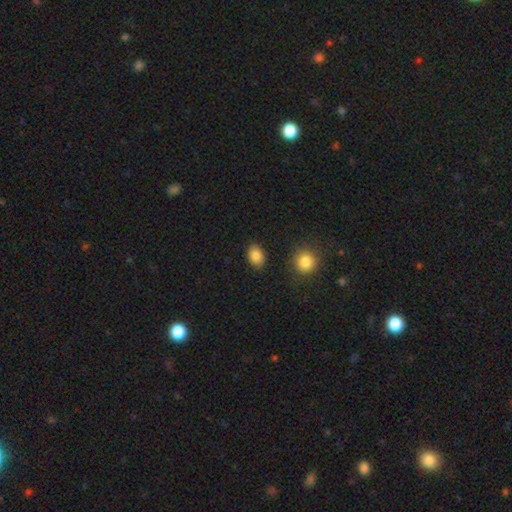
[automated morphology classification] This is clearly a smooth galaxy (86%). How rounded: likely in between (77%). Merging: clearly none (86%).